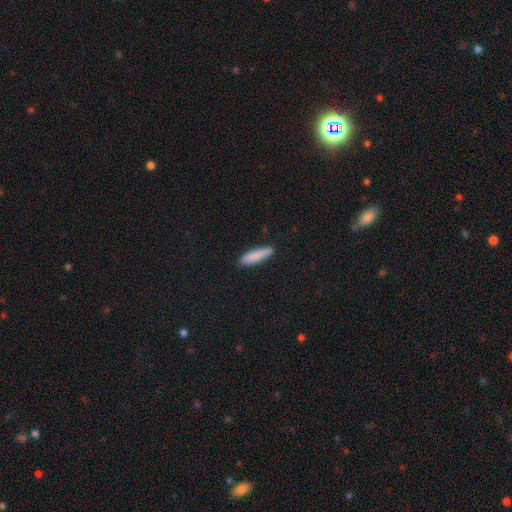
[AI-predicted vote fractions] A smooth galaxy with no disk features (87%) that is cigar-shaped (76%).

Vote fractions:
- Smooth or featured? smooth: 87% / featured or disk: 7% / star or artifact: 6%
- How rounded? cigar-shaped: 76% / in between: 22% / round: 2%
- Merging? none: 88% / minor disturbance: 9% / major disturbance: 2% / merger: 1%